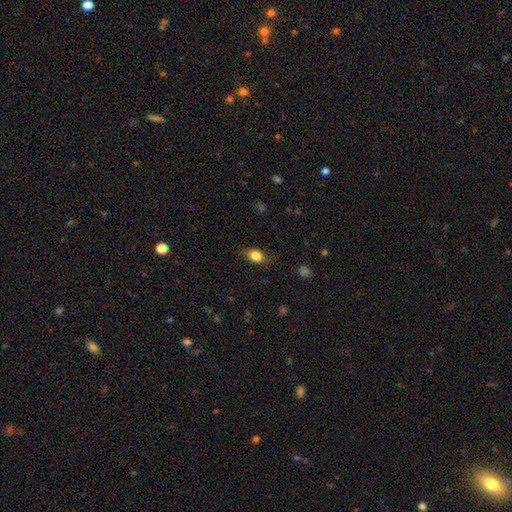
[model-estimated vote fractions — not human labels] Smooth or featured? smooth (84%)
How rounded? in between (75%)
Merging? none (77%)